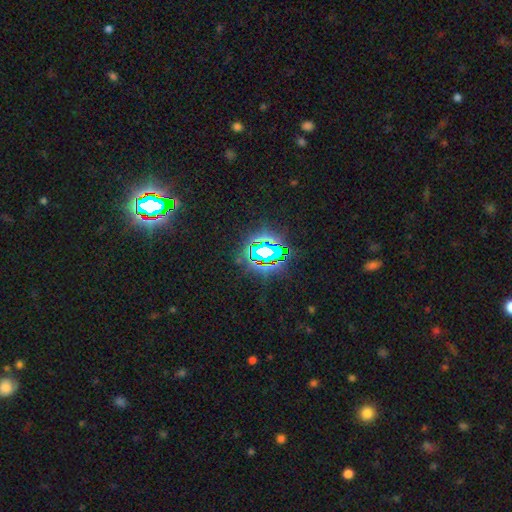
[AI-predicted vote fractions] star or artifact 82%, smooth 11%, featured or disk 7%.